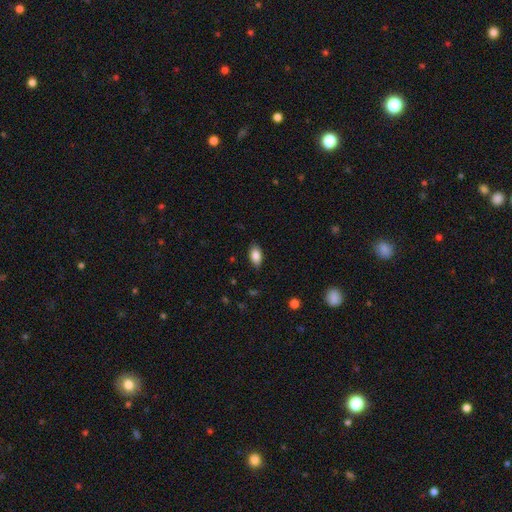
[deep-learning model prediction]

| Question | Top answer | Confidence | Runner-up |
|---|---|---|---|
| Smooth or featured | smooth | 85% | star or artifact (8%) |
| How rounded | in between | 91% | round (5%) |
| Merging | none | 86% | minor disturbance (11%) |